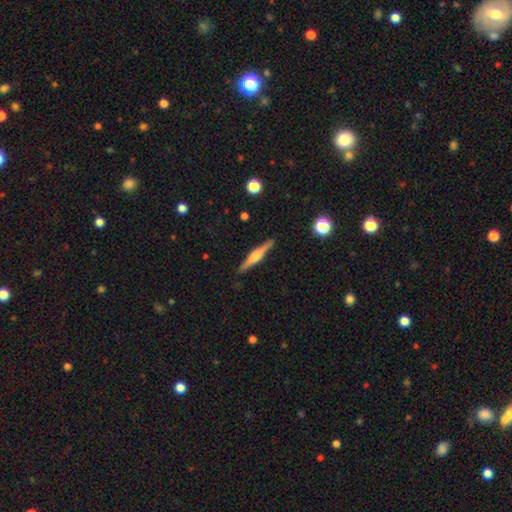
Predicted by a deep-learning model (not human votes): This appears to be a featured or disk galaxy (71%) viewed edge-on (98%) with a rounded central bulge (76%). Merging: none (90%).